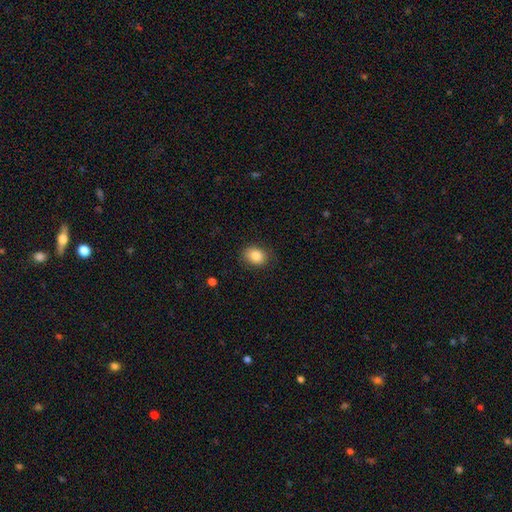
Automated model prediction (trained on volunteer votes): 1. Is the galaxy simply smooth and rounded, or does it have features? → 85% smooth, 9% star or artifact, 7% featured or disk.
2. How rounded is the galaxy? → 61% in between, 39% round, 1% cigar-shaped.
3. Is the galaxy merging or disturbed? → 82% none, 13% minor disturbance, 3% major disturbance, 1% merger.